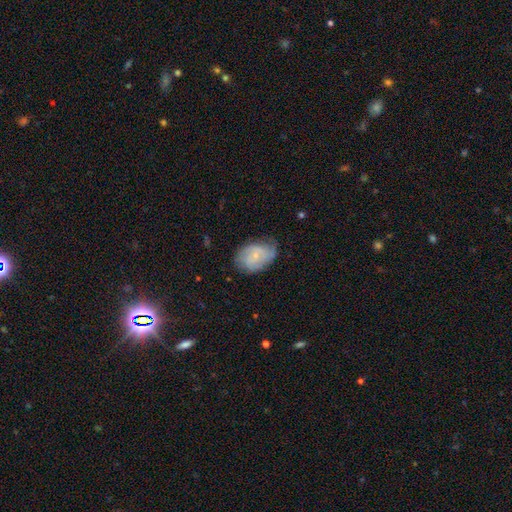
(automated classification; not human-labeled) Smooth or featured?
  - featured or disk: 55% *
  - smooth: 38%
  - star or artifact: 7%
Edge-on disk?
  - no: 96% *
  - yes: 4%
Bar?
  - no: 69% *
  - weak: 27%
  - strong: 4%
Spiral arms?
  - yes: 82% *
  - no: 18%
Bulge size?
  - small: 75% *
  - moderate: 18%
  - none: 5%
  - large: 1%
  - dominant: 1%
Merging?
  - none: 58% *
  - minor disturbance: 31%
  - major disturbance: 10%
  - merger: 1%